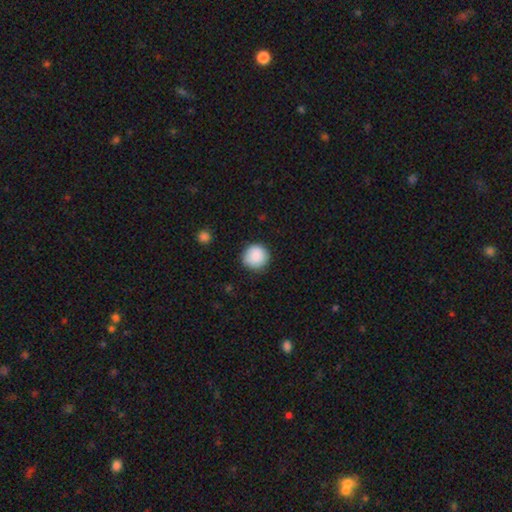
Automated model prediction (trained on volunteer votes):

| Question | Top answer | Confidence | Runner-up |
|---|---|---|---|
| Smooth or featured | smooth | 89% | star or artifact (8%) |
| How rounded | round | 95% | in between (4%) |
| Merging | none | 88% | minor disturbance (9%) |